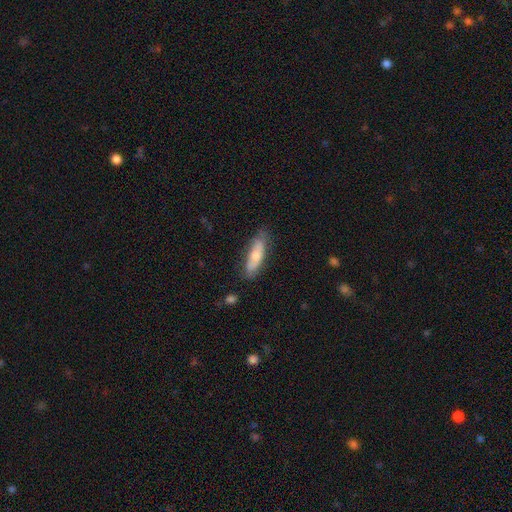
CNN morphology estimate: The model was most divided on "how rounded": cigar-shaped: 51%, in between: 47%, round: 2%. More confident: merging — none (73%); smooth or featured — smooth (64%).